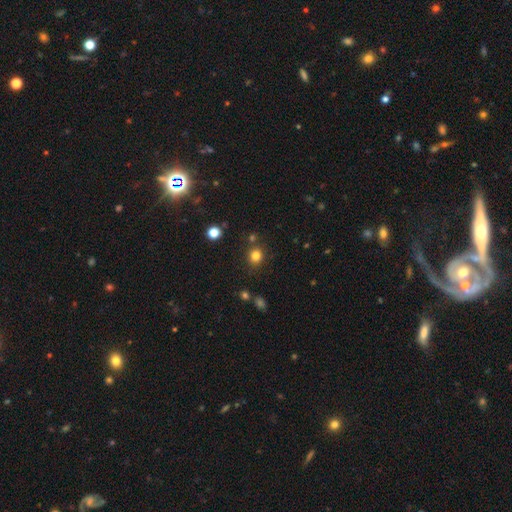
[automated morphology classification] Q: Smooth or featured?
A: smooth (80%); runner-up: star or artifact (15%)
Q: How rounded?
A: round (84%); runner-up: in between (15%)
Q: Merging?
A: none (82%); runner-up: minor disturbance (9%)